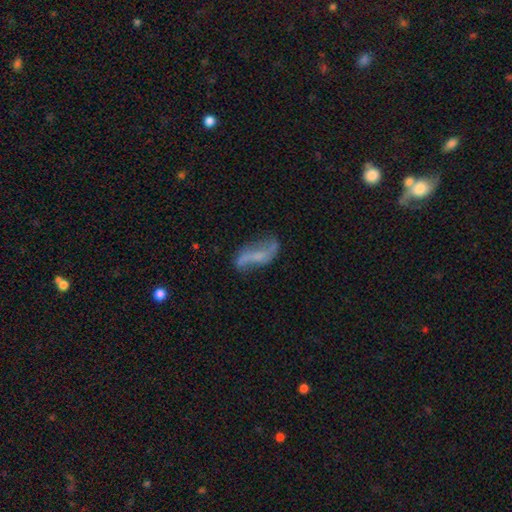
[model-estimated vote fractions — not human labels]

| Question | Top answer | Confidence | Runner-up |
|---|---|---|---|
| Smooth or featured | featured or disk | 69% | smooth (22%) |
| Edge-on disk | no | 91% | yes (9%) |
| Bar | no | 43% | weak (34%) |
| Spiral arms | yes | 80% | no (20%) |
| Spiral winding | loose | 85% | medium (11%) |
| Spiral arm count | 2 | 86% | can't tell (6%) |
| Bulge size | none | 55% | small (29%) |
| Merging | none | 55% | minor disturbance (22%) |